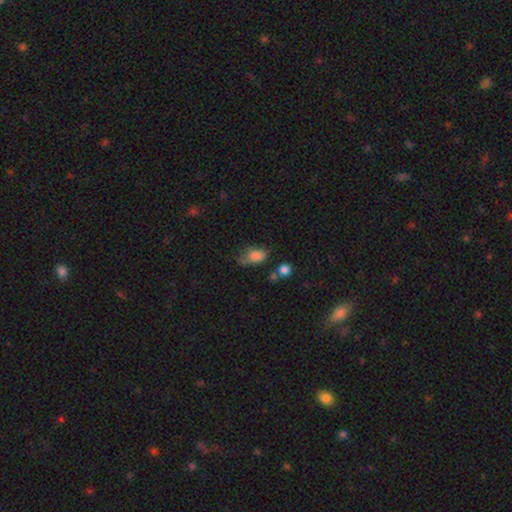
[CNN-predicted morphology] The model was most divided on "merging": none: 42%, minor disturbance: 35%, major disturbance: 14%, merger: 9%. More confident: how rounded — in between (83%); smooth or featured — smooth (81%).